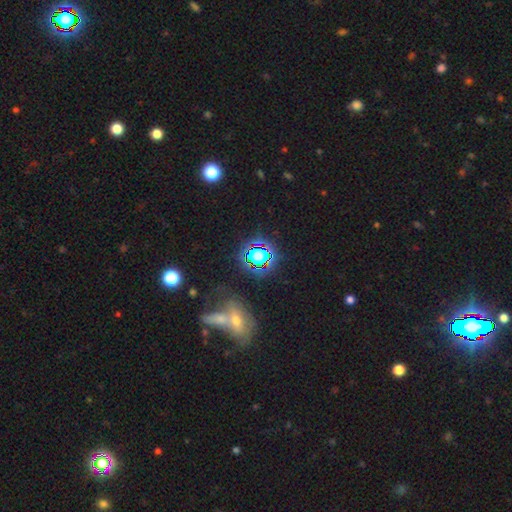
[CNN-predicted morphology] smooth-or-featured: star or artifact: 57% | smooth: 23% | featured or disk: 20%